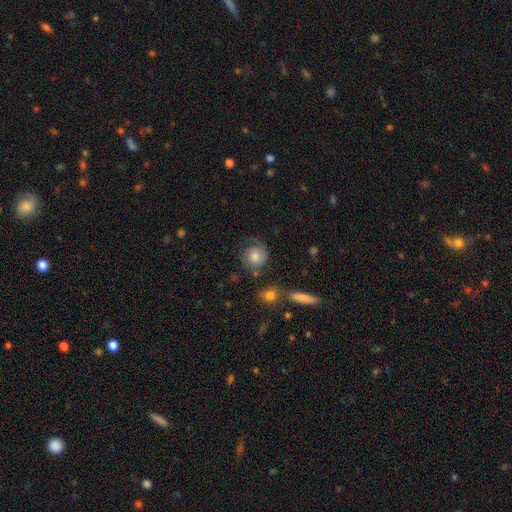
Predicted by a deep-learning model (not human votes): Smooth or featured: featured or disk — 49% (smooth — 42%)
Merging: none — 63% (minor disturbance — 19%)